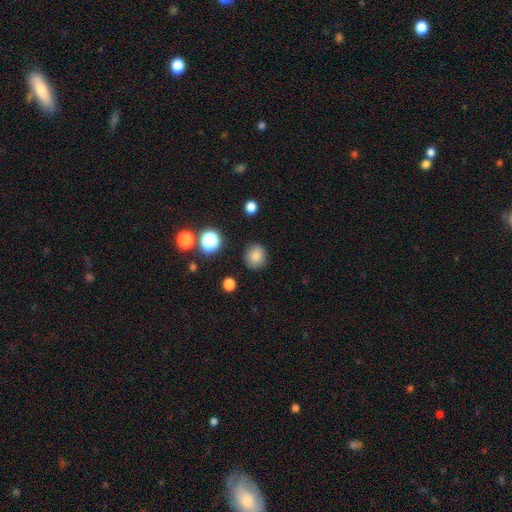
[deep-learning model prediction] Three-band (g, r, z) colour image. It shows a smooth galaxy with no disk features (82%) that is round (84%). Merging: none (87%).